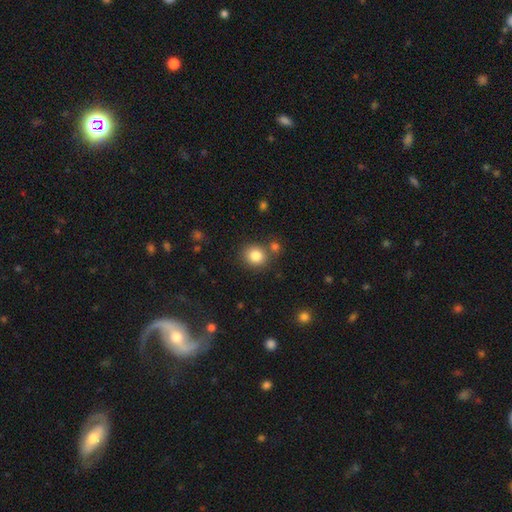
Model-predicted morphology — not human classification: Smooth or featured? smooth (84%)
How rounded? round (80%)
Merging? none (75%)